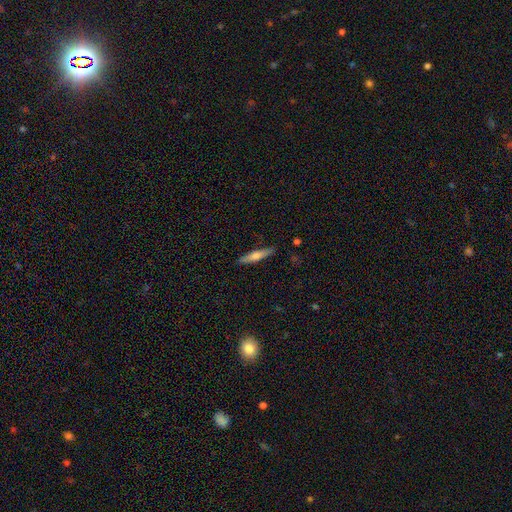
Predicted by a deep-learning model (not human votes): Smooth or featured: smooth — 49% (featured or disk — 45%)
Merging: none — 89% (minor disturbance — 8%)